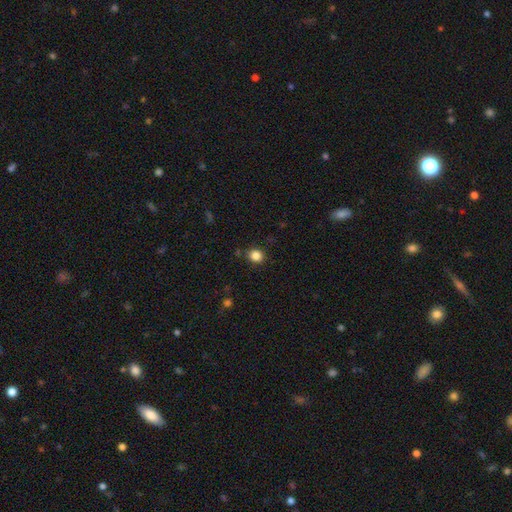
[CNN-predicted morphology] smooth 85%, star or artifact 11%, featured or disk 4%. Down the decision tree: how rounded — round (75%); merging — none (86%).